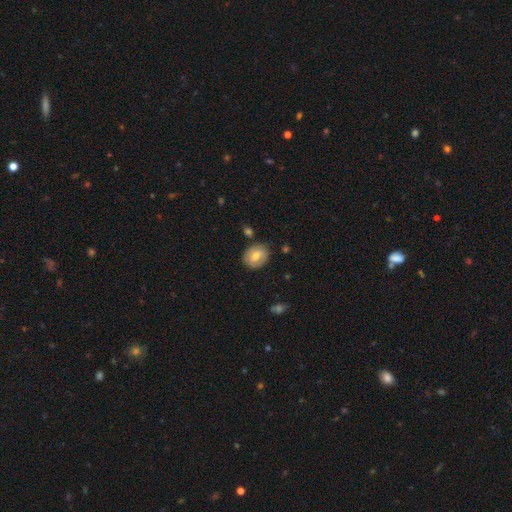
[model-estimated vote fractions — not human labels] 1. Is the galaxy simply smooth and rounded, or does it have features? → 63% smooth, 29% featured or disk, 8% star or artifact.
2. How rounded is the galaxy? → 54% round, 45% in between, 1% cigar-shaped.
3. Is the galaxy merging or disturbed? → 80% none, 13% minor disturbance, 3% major disturbance, 3% merger.